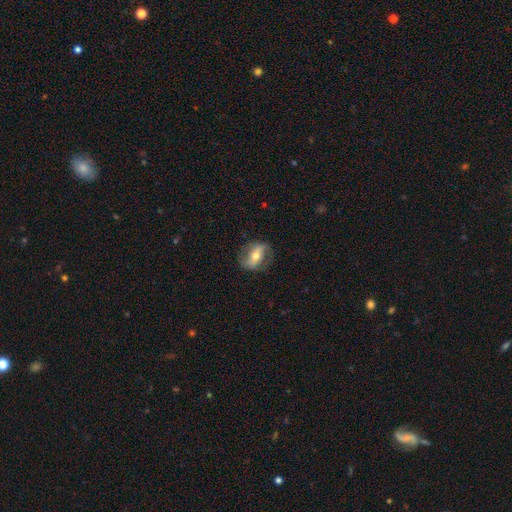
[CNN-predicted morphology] This is likely a featured or disk galaxy (63%). It is clearly not viewed edge-on (89%). Bar: possibly strong (46%). Spiral arm pattern: likely yes (74%). Central bulge: likely moderate (64%). Merging: likely none (78%).